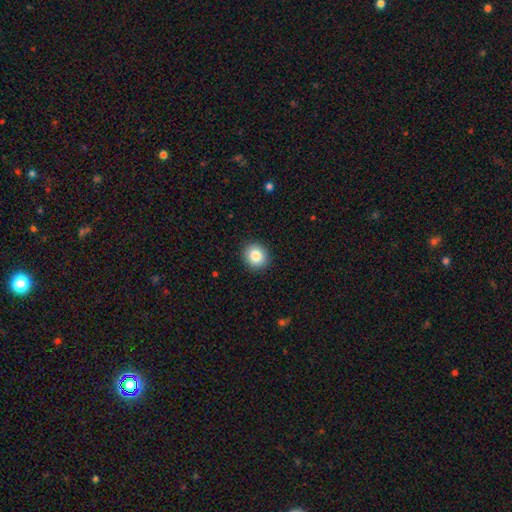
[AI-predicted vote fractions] smooth_or_featured: smooth (p=0.85) [alt: star or artifact p=0.09]
how_rounded: round (p=0.81) [alt: in between p=0.19]
merging: none (p=0.91) [alt: minor disturbance p=0.06]